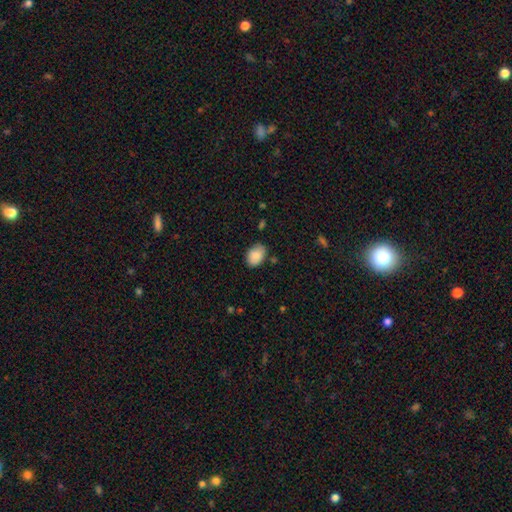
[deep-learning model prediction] A smooth galaxy with no disk features (87%) that is in between round and cigar-shaped (79%).

Vote fractions:
- Smooth or featured? smooth: 87% / star or artifact: 7% / featured or disk: 6%
- How rounded? in between: 79% / round: 20% / cigar-shaped: 1%
- Merging? none: 79% / minor disturbance: 16% / major disturbance: 3% / merger: 2%